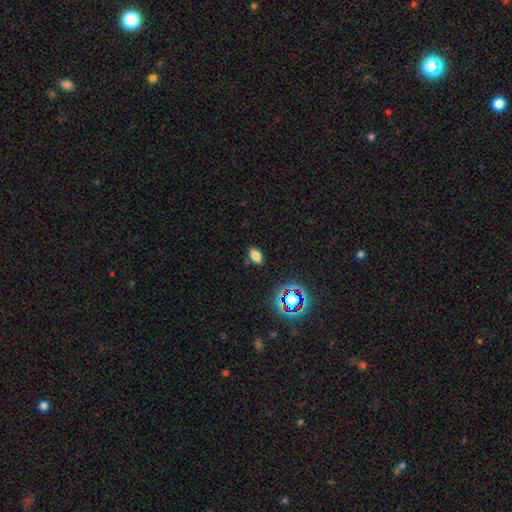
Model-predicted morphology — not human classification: type=smooth (73%); roundness=in between (89%); merging=none (85%).